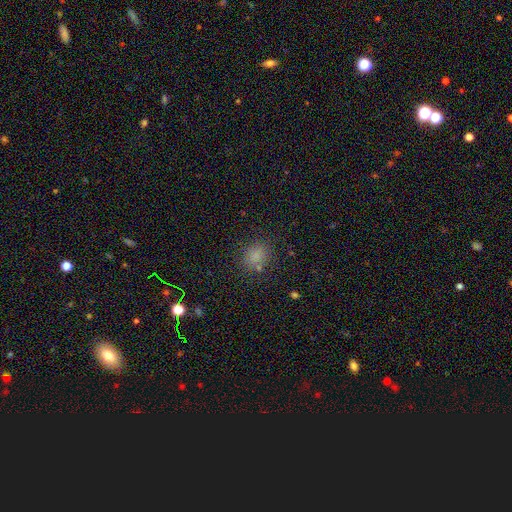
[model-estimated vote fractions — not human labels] The model was most divided on "how rounded": round: 58%, in between: 41%, cigar-shaped: 1%. More confident: merging — none (78%); smooth or featured — smooth (77%).